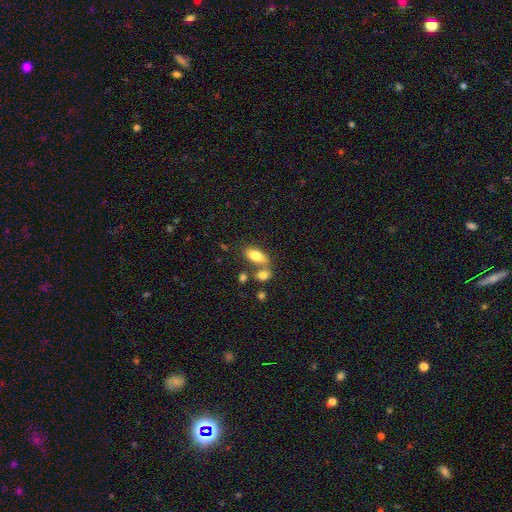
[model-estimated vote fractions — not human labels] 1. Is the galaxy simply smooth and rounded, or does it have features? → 76% smooth, 17% featured or disk, 7% star or artifact.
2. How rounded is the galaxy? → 85% in between, 11% cigar-shaped, 4% round.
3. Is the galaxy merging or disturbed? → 51% none, 33% merger, 12% minor disturbance, 4% major disturbance.